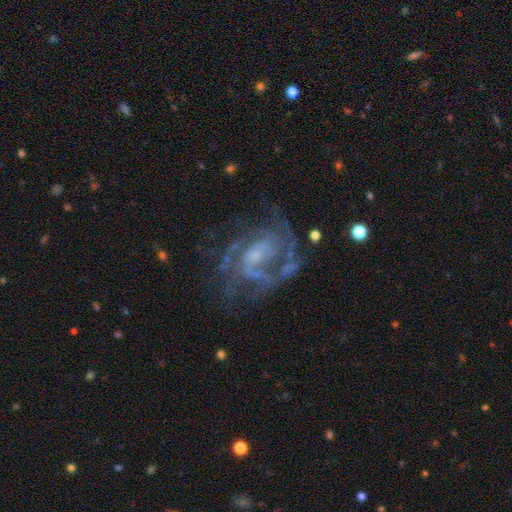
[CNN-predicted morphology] A featured or disk galaxy (83%) with no bar (53%), medium (45%) spiral arms (87%) and a small central bulge (49%).

Vote fractions:
- Smooth or featured? featured or disk: 83% / star or artifact: 9% / smooth: 8%
- Edge-on disk? no: 97% / yes: 3%
- Bar? no: 53% / weak: 37% / strong: 9%
- Spiral arms? yes: 87% / no: 13%
- Spiral winding? medium: 45% / tight: 39% / loose: 16%
- Spiral arm count? can't tell: 32% / 2: 31% / 3: 18% / 4: 7% / 1: 6% / more than 4: 5%
- Bulge size? small: 49% / moderate: 29% / none: 17% / large: 4% / dominant: 1%
- Merging? none: 57% / major disturbance: 21% / minor disturbance: 18% / merger: 4%